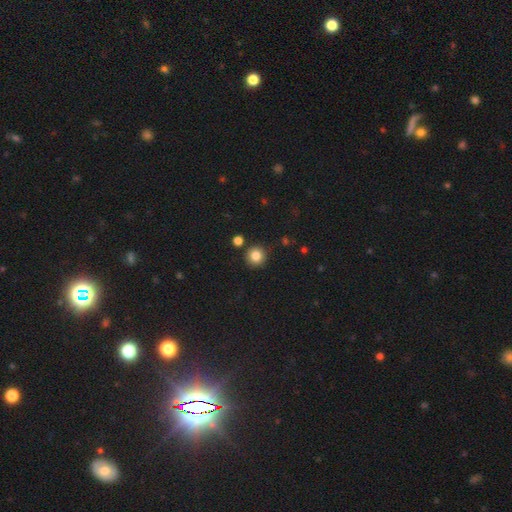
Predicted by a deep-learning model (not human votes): A smooth galaxy with no disk features (83%) that is round (94%). Merging: none (88%).